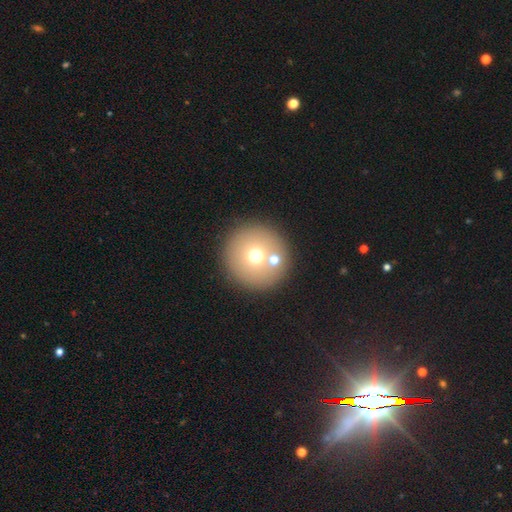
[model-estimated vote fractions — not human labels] Smooth or featured: smooth — 66% (featured or disk — 18%)
How rounded: round — 95% (in between — 4%)
Merging: none — 79% (merger — 11%)